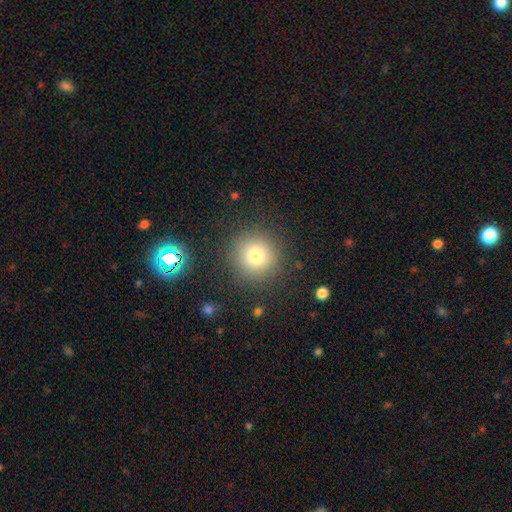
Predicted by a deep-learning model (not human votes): Smooth or featured: smooth — 76% (star or artifact — 15%)
How rounded: round — 94% (in between — 5%)
Merging: none — 88% (minor disturbance — 7%)